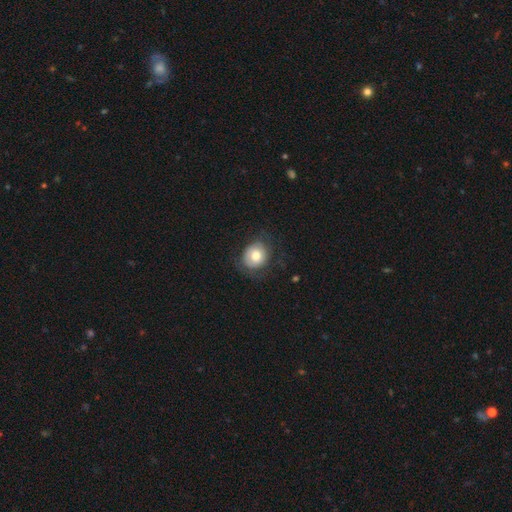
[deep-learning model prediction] smooth_or_featured: smooth (p=0.70) [alt: featured or disk p=0.22]
how_rounded: round (p=0.77) [alt: in between p=0.23]
merging: none (p=0.70) [alt: minor disturbance p=0.19]